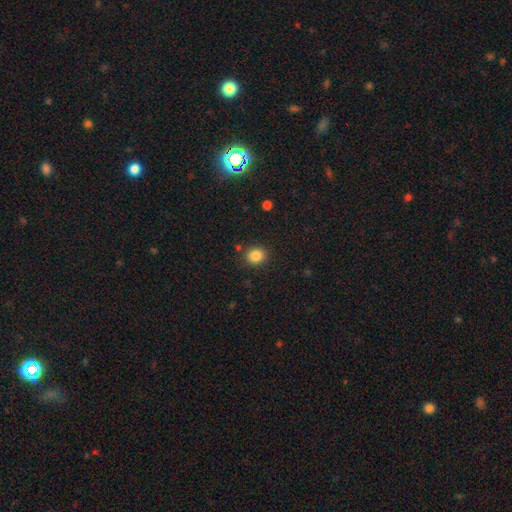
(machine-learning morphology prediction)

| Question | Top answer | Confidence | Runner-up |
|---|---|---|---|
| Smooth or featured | smooth | 85% | star or artifact (11%) |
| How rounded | round | 76% | in between (23%) |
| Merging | none | 87% | minor disturbance (8%) |